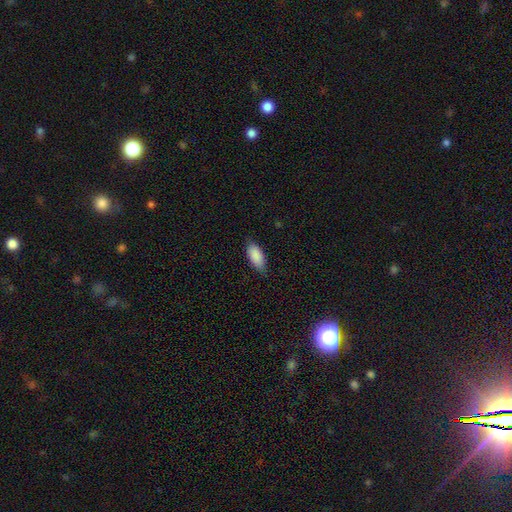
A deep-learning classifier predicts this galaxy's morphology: The model was most divided on "merging": none: 80%, minor disturbance: 17%, major disturbance: 3%, merger: 1%. More confident: smooth or featured — smooth (89%); how rounded — in between (88%).